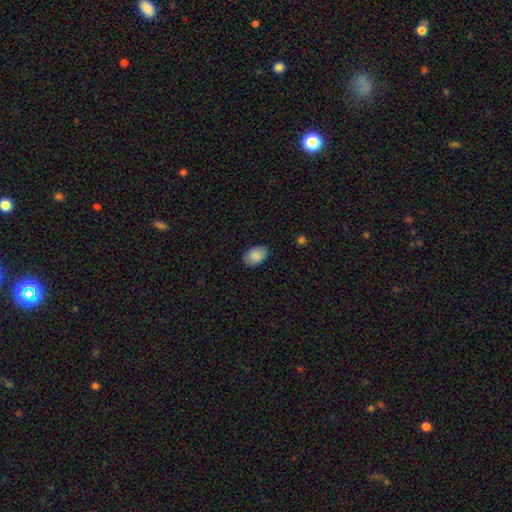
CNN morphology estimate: This is clearly a smooth galaxy (89%). How rounded: clearly in between (89%). Merging: clearly none (86%).